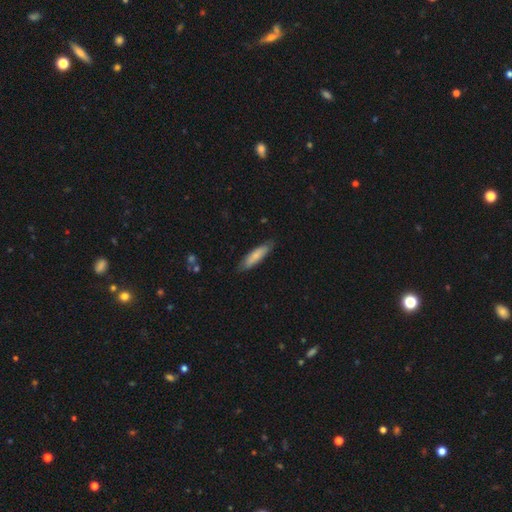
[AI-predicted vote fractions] smooth-or-featured: smooth: 75% | featured or disk: 20% | star or artifact: 5%
  how-rounded: cigar-shaped: 68% | in between: 31% | round: 2%
  merging: none: 82% | minor disturbance: 15% | major disturbance: 2% | merger: 1%